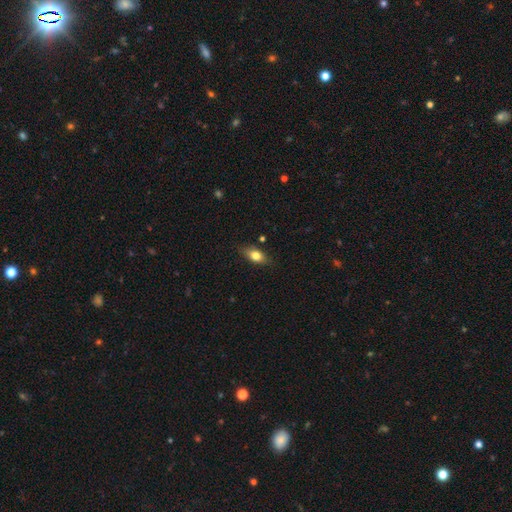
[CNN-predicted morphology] Smooth or featured? smooth (75%)
How rounded? in between (81%)
Merging? none (79%)